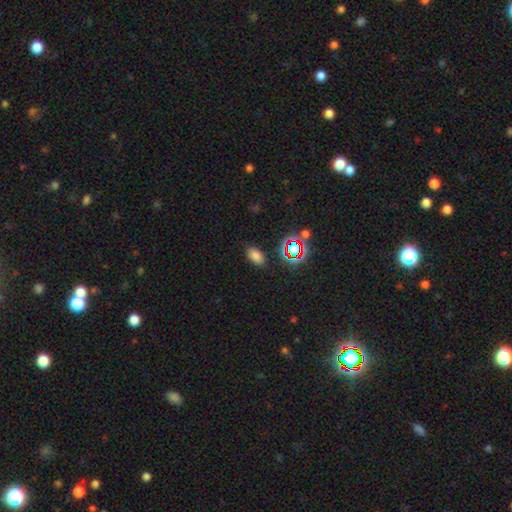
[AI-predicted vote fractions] Smooth or featured: smooth — 74% (star or artifact — 20%)
How rounded: in between — 90% (round — 7%)
Merging: none — 85% (minor disturbance — 10%)